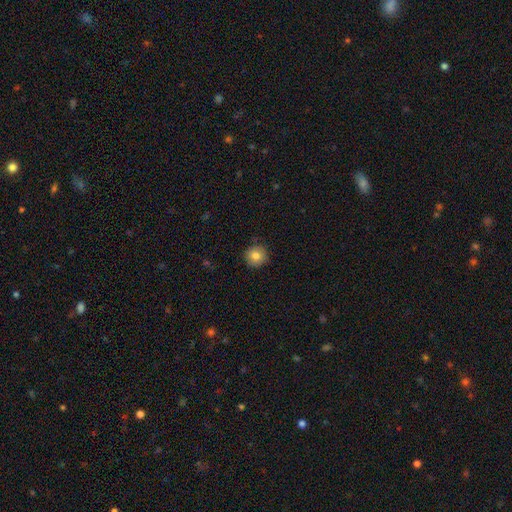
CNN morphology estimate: This appears to be a smooth galaxy with no disk features (82%) that is round (95%). Merging: none (90%).